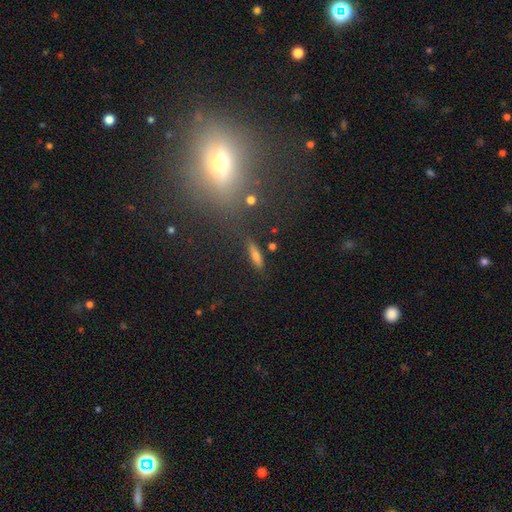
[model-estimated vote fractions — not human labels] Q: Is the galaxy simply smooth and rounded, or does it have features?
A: smooth — 66%.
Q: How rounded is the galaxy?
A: cigar-shaped — 67%.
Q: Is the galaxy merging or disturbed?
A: none — 82%.